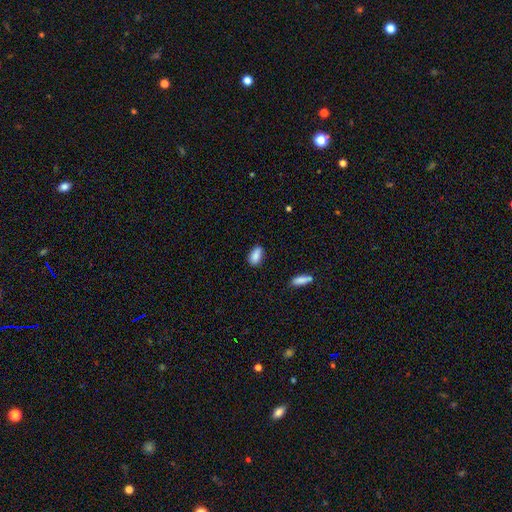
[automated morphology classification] This is clearly a smooth galaxy (86%). How rounded: clearly in between (90%). Merging: likely none (79%).